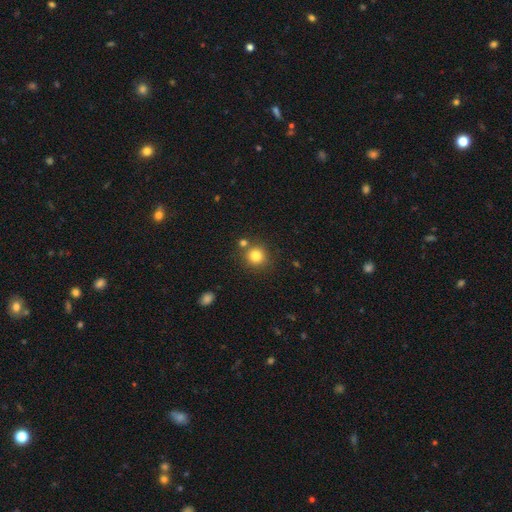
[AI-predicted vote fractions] A smooth galaxy with no disk features (82%) that is round (90%).

Vote fractions:
- Smooth or featured? smooth: 82% / star or artifact: 12% / featured or disk: 7%
- How rounded? round: 90% / in between: 9% / cigar-shaped: 1%
- Merging? none: 77% / merger: 11% / minor disturbance: 9% / major disturbance: 3%